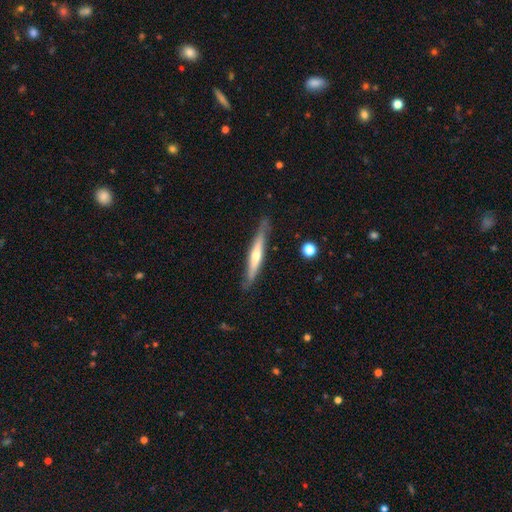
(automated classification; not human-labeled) Smooth or featured?
  - featured or disk: 58% *
  - smooth: 36%
  - star or artifact: 6%
Edge-on disk?
  - yes: 94% *
  - no: 6%
Edge-on bulge?
  - rounded: 69% *
  - none: 25%
  - boxy: 7%
Merging?
  - none: 83% *
  - minor disturbance: 13%
  - major disturbance: 2%
  - merger: 2%